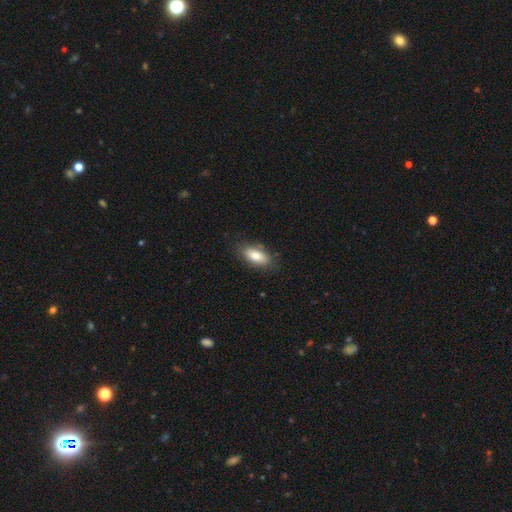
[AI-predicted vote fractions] A smooth galaxy with no disk features (78%) that is in between round and cigar-shaped (86%). Merging: none (82%).